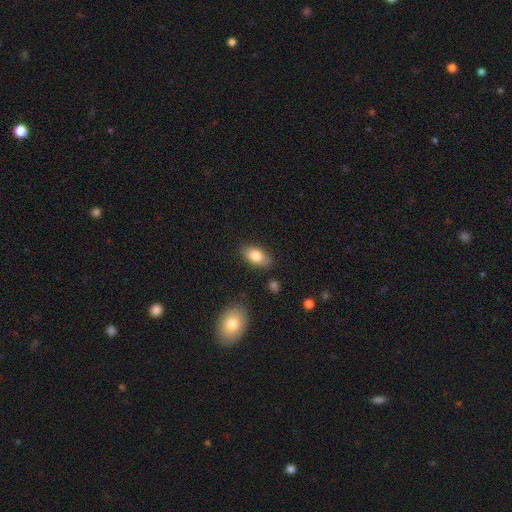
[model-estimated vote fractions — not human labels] This is clearly a smooth galaxy (82%). How rounded: clearly in between (92%). Merging: clearly none (84%).